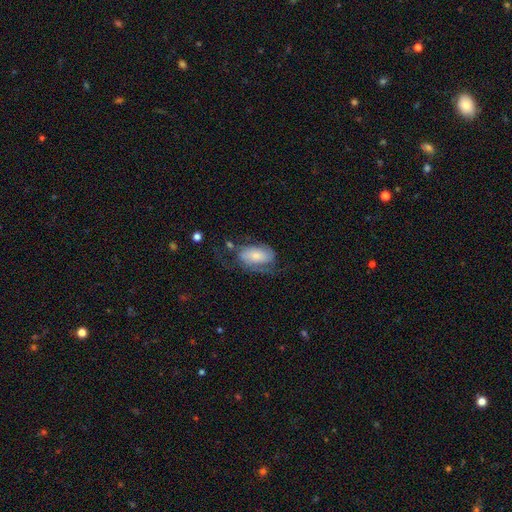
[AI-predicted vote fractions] This appears to be a featured or disk galaxy (50%). Merging: none (39%).